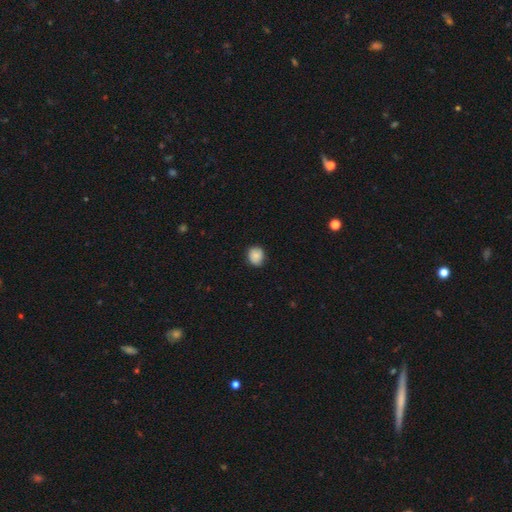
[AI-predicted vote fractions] Q: Smooth or featured?
A: smooth (84%); runner-up: star or artifact (8%)
Q: How rounded?
A: round (78%); runner-up: in between (21%)
Q: Merging?
A: none (83%); runner-up: minor disturbance (13%)